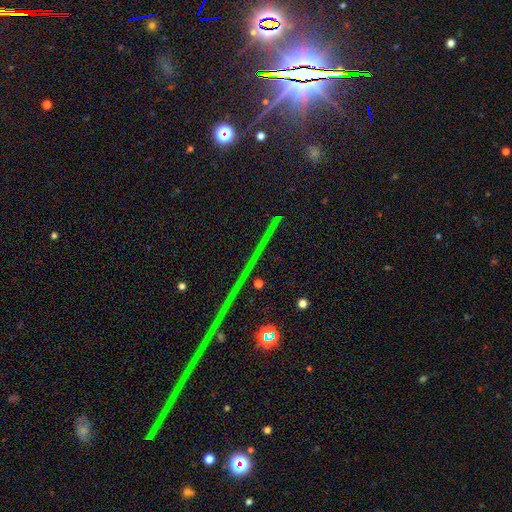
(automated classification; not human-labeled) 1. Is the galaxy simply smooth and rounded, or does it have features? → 82% star or artifact, 10% featured or disk, 7% smooth.